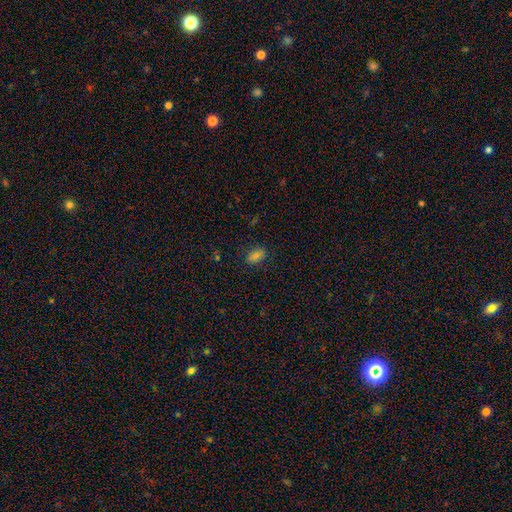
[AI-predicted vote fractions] Overall: smooth (78%). How rounded: in between (85%). Merging: none (85%).